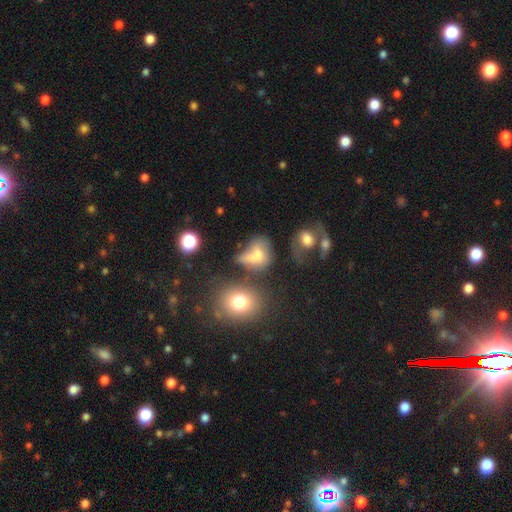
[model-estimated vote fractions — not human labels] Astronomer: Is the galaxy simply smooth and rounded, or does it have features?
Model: smooth — 60%.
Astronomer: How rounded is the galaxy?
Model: in between — 54% (runner-up: round, 43%).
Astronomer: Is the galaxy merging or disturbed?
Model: merger — 33% (runner-up: none, 28%).